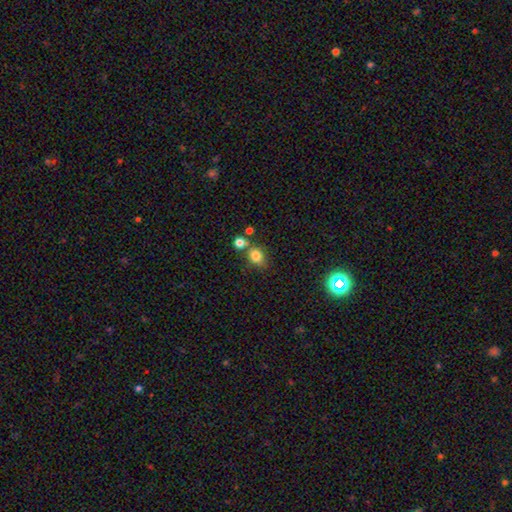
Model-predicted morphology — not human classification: A smooth galaxy with no disk features (80%) that is round (61%). Merging: none (59%).